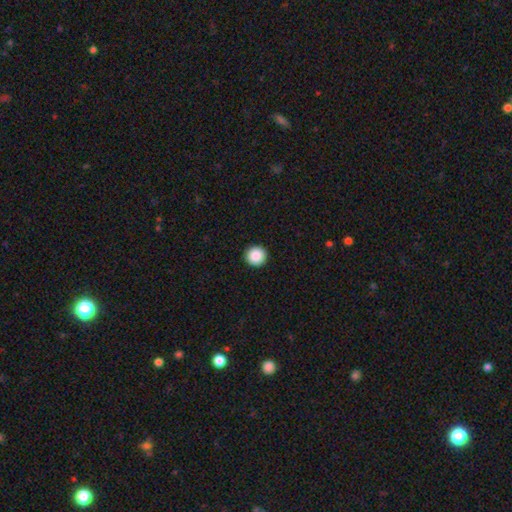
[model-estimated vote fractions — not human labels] Smooth or featured: smooth — 89% (star or artifact — 9%)
How rounded: round — 96% (in between — 3%)
Merging: none — 93% (minor disturbance — 4%)